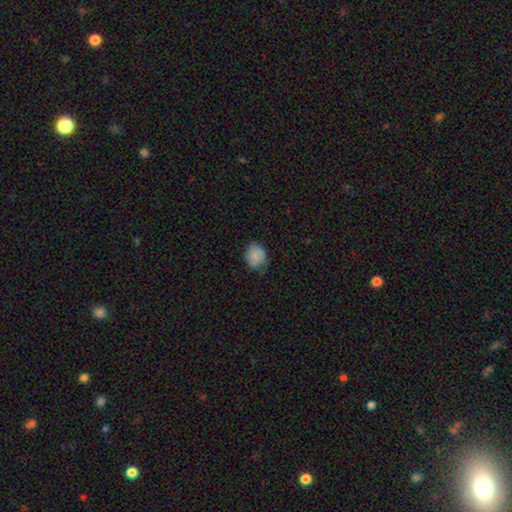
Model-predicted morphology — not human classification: This appears to be a smooth galaxy with no disk features (76%) that is in between round and cigar-shaped (55%). Merging: none (57%).